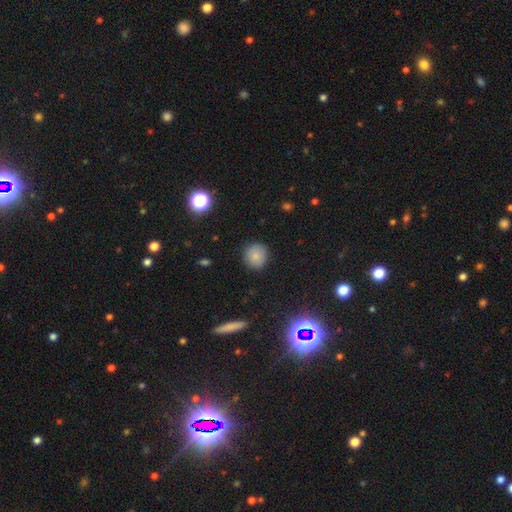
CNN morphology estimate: This is clearly a smooth galaxy (81%). How rounded: clearly round (89%). Merging: clearly none (88%).